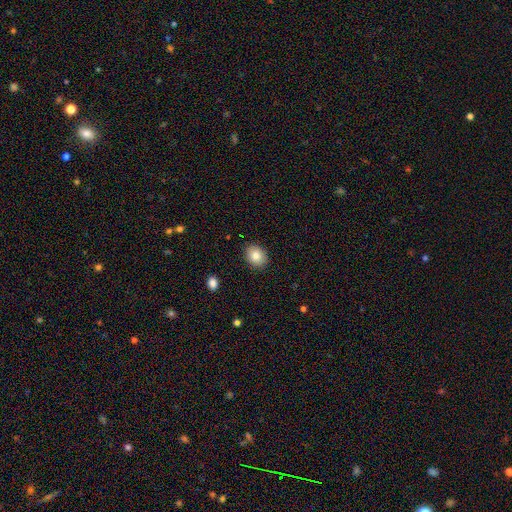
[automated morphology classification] The model was most divided on "how rounded": in between: 51%, round: 48%, cigar-shaped: 1%. More confident: merging — none (89%); smooth or featured — smooth (83%).